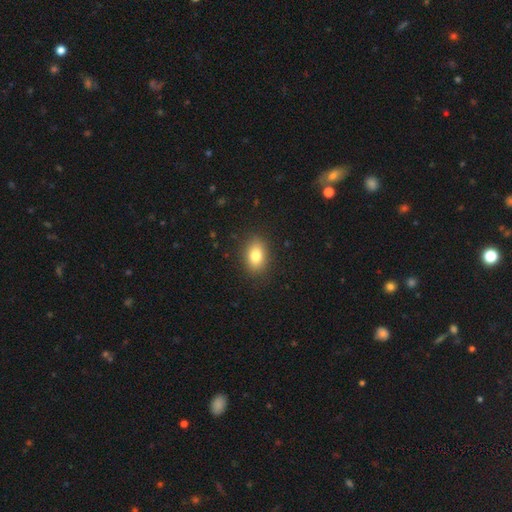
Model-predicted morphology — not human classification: The model was most divided on "how rounded": in between: 81%, round: 17%, cigar-shaped: 2%. More confident: merging — none (87%); smooth or featured — smooth (82%).